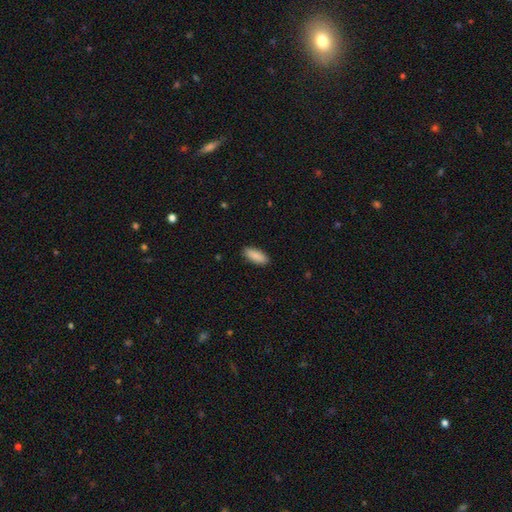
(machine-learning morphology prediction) smooth-or-featured: smooth: 90% | star or artifact: 6% | featured or disk: 4%
  how-rounded: in between: 78% | cigar-shaped: 20% | round: 2%
  merging: none: 90% | minor disturbance: 8% | major disturbance: 2% | merger: 1%